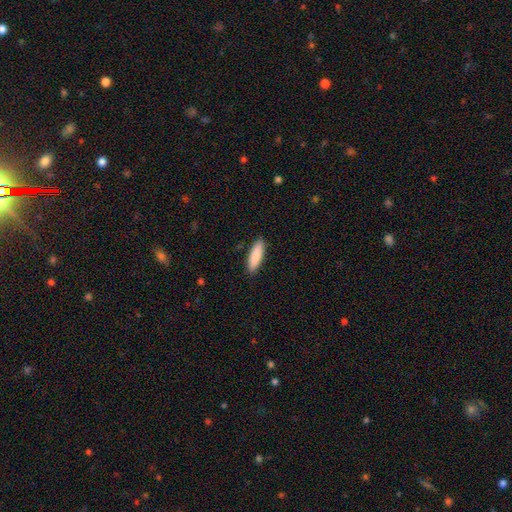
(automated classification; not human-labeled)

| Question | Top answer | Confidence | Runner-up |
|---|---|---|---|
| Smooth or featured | smooth | 89% | featured or disk (6%) |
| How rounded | cigar-shaped | 58% | in between (40%) |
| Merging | none | 90% | minor disturbance (7%) |